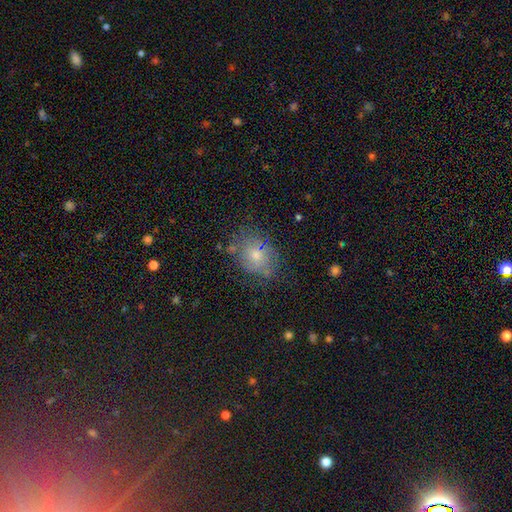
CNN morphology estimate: smooth-or-featured: smooth: 52% | featured or disk: 30% | star or artifact: 18%
  how-rounded: in between: 54% | round: 45% | cigar-shaped: 1%
  merging: none: 69% | minor disturbance: 20% | major disturbance: 8% | merger: 3%